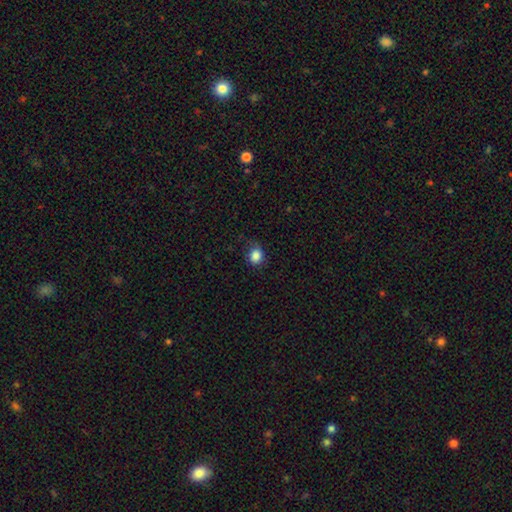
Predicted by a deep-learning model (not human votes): Smooth or featured?
  - smooth: 85% *
  - star or artifact: 10%
  - featured or disk: 5%
How rounded?
  - round: 69% *
  - in between: 30%
  - cigar-shaped: 1%
Merging?
  - none: 70% *
  - minor disturbance: 22%
  - major disturbance: 7%
  - merger: 1%